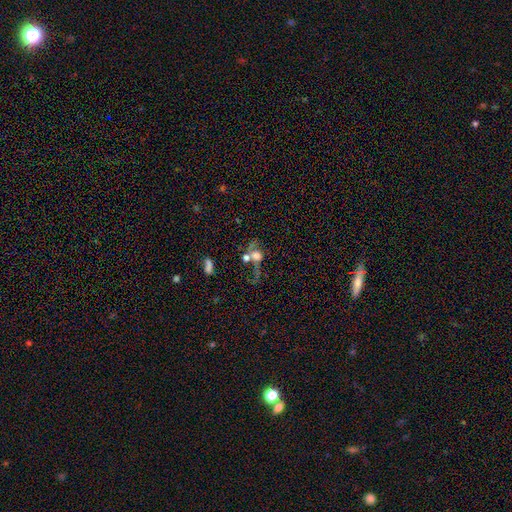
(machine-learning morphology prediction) Smooth or featured: smooth — 42% (featured or disk — 39%)
Merging: merger — 43% (none — 23%)